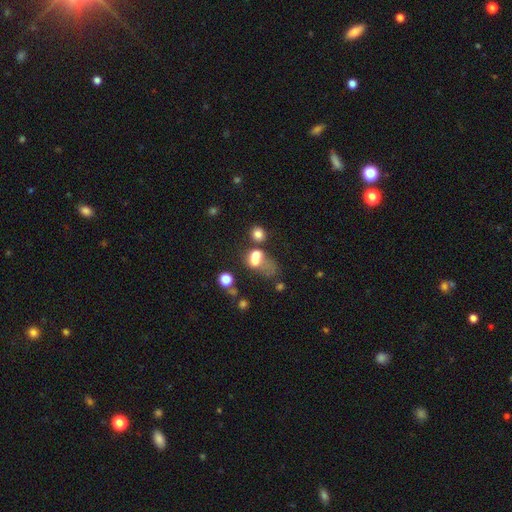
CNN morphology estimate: Smooth or featured? smooth (62%)
How rounded? in between (59%)
Merging? merger (46%)